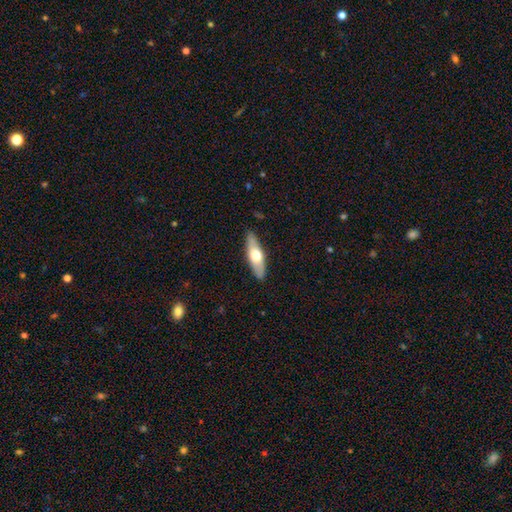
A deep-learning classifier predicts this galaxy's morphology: Smooth or featured?
  - smooth: 53% *
  - featured or disk: 42%
  - star or artifact: 5%
How rounded?
  - cigar-shaped: 53% *
  - in between: 45%
  - round: 2%
Merging?
  - none: 88% *
  - minor disturbance: 9%
  - major disturbance: 2%
  - merger: 1%